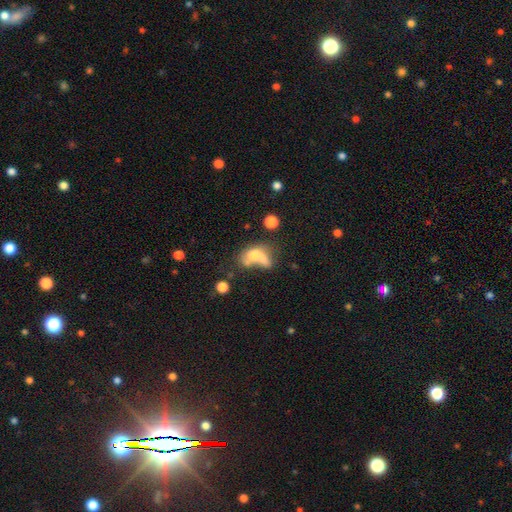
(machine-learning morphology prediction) This is possibly a smooth galaxy (58%). How rounded: likely in between (70%). Merging: possibly merger (54%).